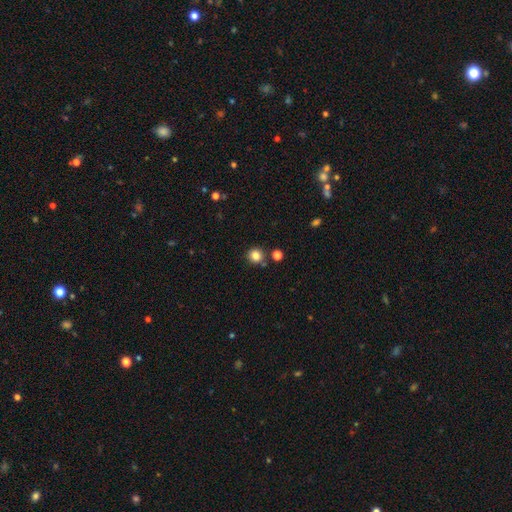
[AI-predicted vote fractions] Smooth or featured? Predicted: smooth (p=0.83). How rounded? Predicted: round (p=0.91). Merging? Predicted: none (p=0.82).